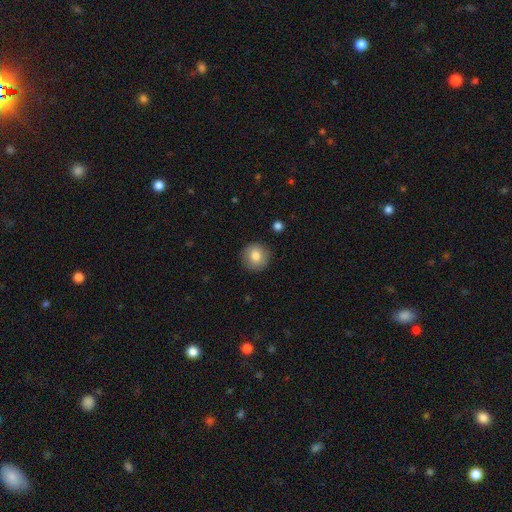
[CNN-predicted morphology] Smooth or featured: smooth — 82% (featured or disk — 10%)
How rounded: round — 94% (in between — 5%)
Merging: none — 90% (minor disturbance — 7%)